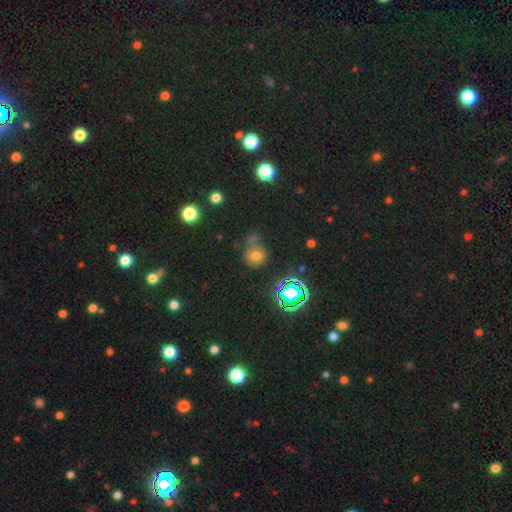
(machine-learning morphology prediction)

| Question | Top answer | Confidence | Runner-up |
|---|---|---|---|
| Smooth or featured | smooth | 58% | star or artifact (32%) |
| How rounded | round | 79% | in between (20%) |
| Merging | none | 57% | merger (19%) |